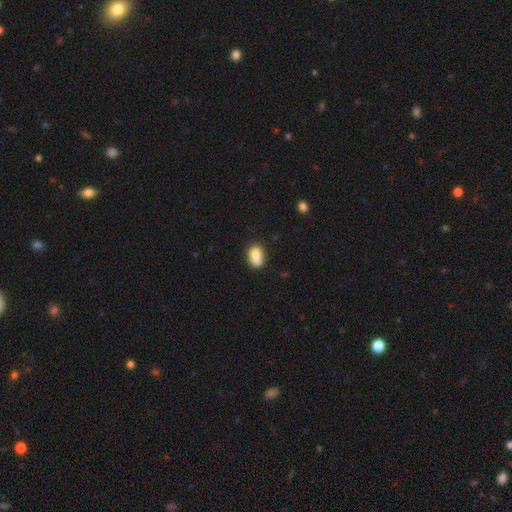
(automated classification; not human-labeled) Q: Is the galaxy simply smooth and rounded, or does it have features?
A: smooth — 86%.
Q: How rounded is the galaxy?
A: in between — 84%.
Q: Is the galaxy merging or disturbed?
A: none — 70%.